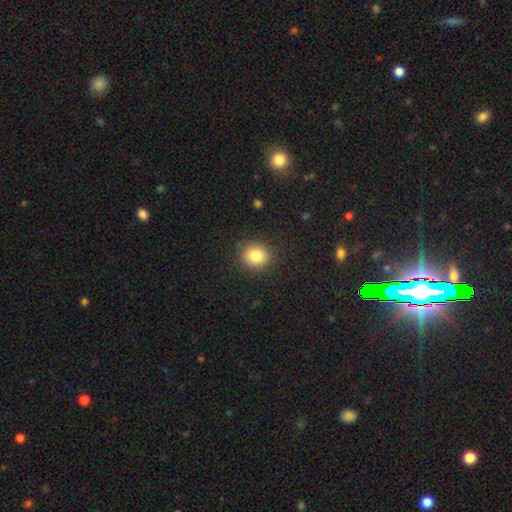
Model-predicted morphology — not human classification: A smooth galaxy with no disk features (84%) that is round (83%). Merging: none (88%).